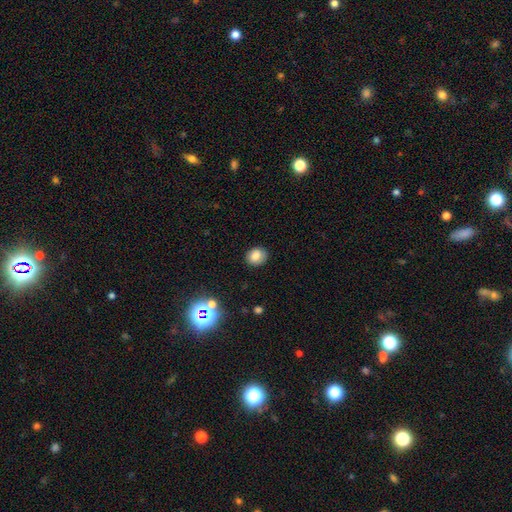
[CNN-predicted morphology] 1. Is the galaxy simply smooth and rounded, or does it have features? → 81% smooth, 12% star or artifact, 7% featured or disk.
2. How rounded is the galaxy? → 65% round, 34% in between, 1% cigar-shaped.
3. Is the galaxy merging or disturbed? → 87% none, 9% minor disturbance, 2% major disturbance, 1% merger.